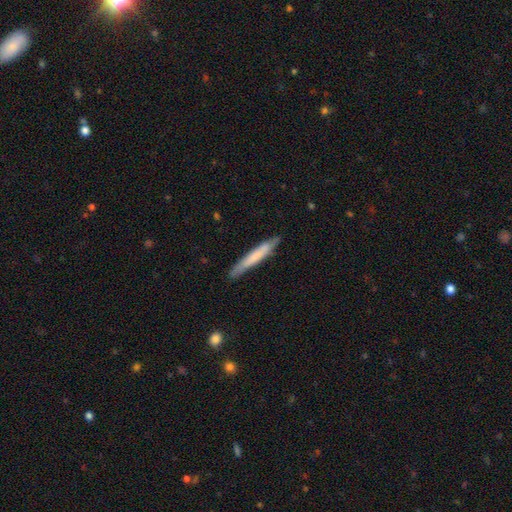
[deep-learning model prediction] A smooth galaxy with no disk features (62%) that is cigar-shaped (95%).

Vote fractions:
- Smooth or featured? smooth: 62% / featured or disk: 33% / star or artifact: 5%
- How rounded? cigar-shaped: 95% / in between: 4% / round: 1%
- Merging? none: 82% / minor disturbance: 14% / major disturbance: 2% / merger: 2%